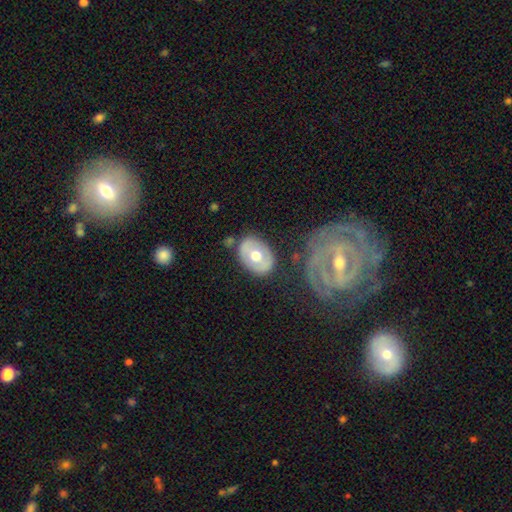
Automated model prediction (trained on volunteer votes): smooth-or-featured: smooth: 48% | featured or disk: 47% | star or artifact: 6%
  merging: none: 75% | minor disturbance: 14% | merger: 6% | major disturbance: 5%